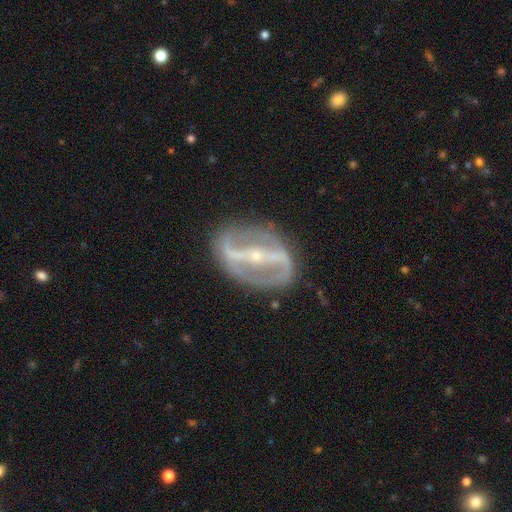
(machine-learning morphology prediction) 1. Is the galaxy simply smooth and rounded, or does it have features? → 88% featured or disk, 6% smooth, 5% star or artifact.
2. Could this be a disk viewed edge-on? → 91% no, 9% yes.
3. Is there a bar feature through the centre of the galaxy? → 82% strong, 11% weak, 7% no.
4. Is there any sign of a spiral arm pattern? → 71% yes, 29% no.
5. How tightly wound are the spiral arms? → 39% medium, 34% loose, 27% tight.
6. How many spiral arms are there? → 86% 2, 8% can't tell, 2% 1, 2% 3, 1% 4, 1% more than 4.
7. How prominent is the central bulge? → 78% small, 19% moderate, 1% none, 1% large, 1% dominant.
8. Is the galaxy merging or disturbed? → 79% none, 13% minor disturbance, 6% major disturbance, 1% merger.